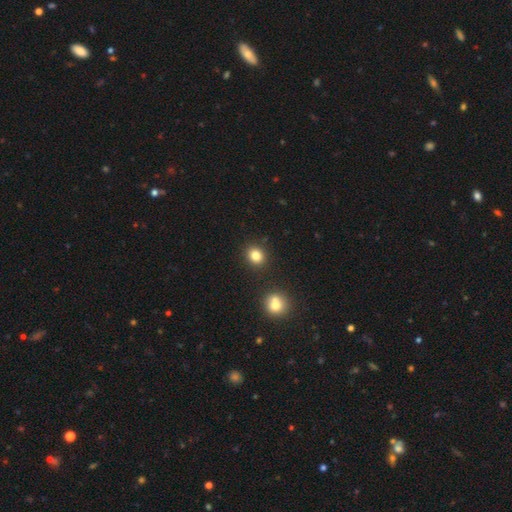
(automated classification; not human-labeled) smooth_or_featured: smooth (p=0.83) [alt: star or artifact p=0.12]
how_rounded: round (p=0.64) [alt: in between p=0.35]
merging: none (p=0.86) [alt: minor disturbance p=0.08]